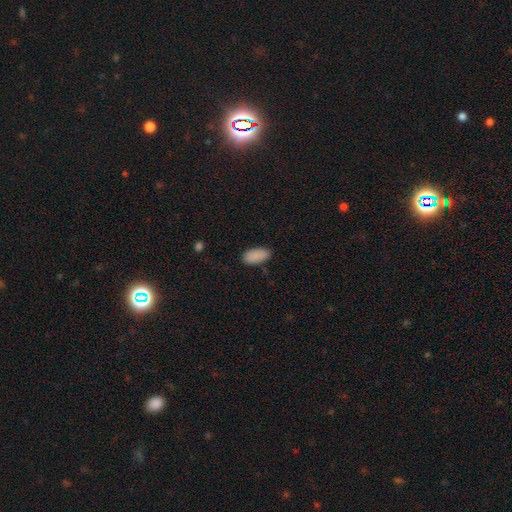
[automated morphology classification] type=smooth (89%); roundness=in between (94%); merging=none (83%).